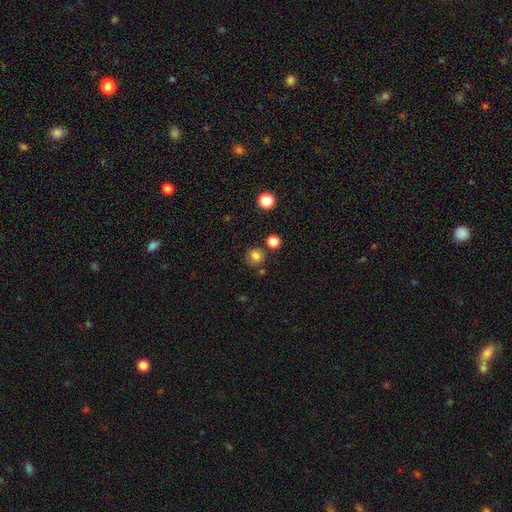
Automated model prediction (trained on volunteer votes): Morphology: type=smooth (81%); roundness=round (88%); merging=none (79%).